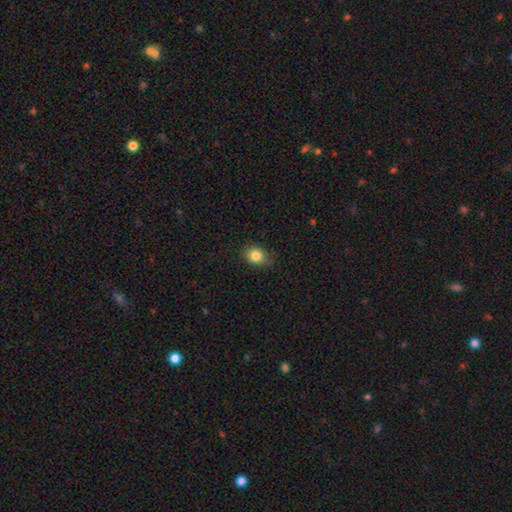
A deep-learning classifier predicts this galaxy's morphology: Overall: smooth (83%). How rounded: round (56%; in between 43%). Merging: none (76%).